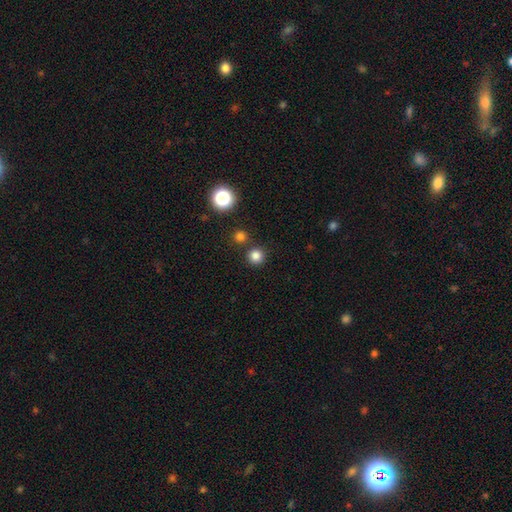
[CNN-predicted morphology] A smooth galaxy with no disk features (81%) that is round (95%). Merging: none (84%).